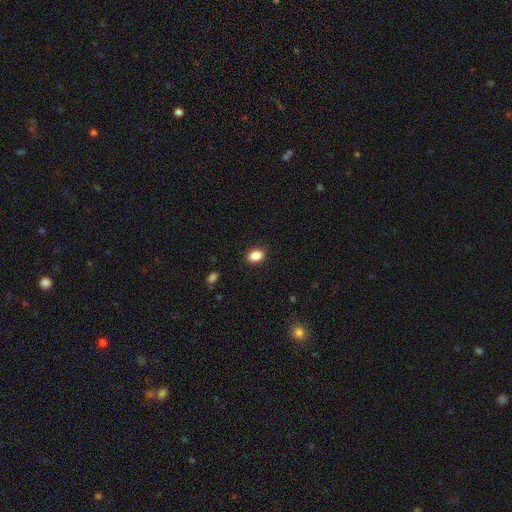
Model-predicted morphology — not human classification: smooth 86%, star or artifact 9%, featured or disk 5%. Down the decision tree: how rounded — in between (74%); merging — none (86%).